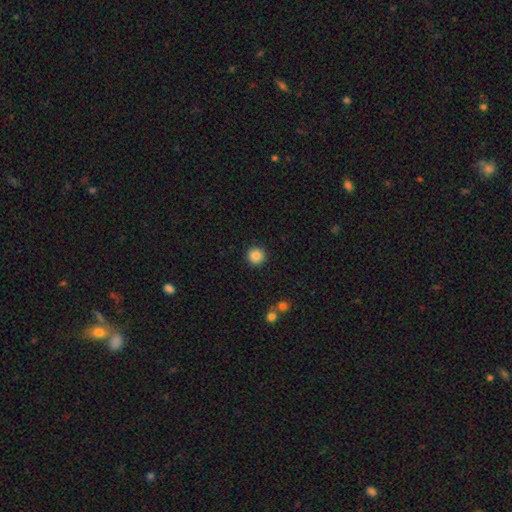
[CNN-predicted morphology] smooth 87%, star or artifact 9%, featured or disk 4%. Down the decision tree: how rounded — round (95%); merging — none (92%).